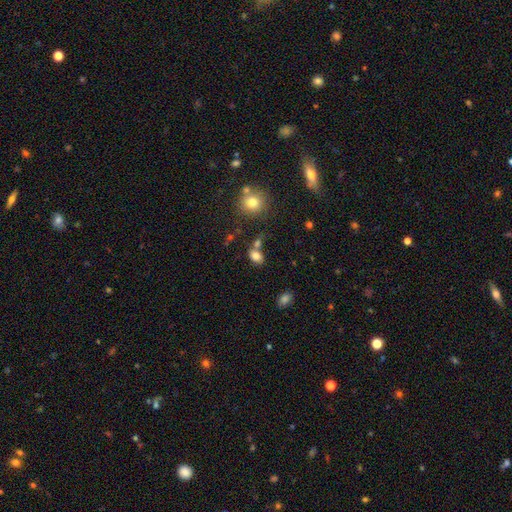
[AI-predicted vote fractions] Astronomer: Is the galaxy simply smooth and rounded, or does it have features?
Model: smooth — 81%.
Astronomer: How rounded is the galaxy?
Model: in between — 77%.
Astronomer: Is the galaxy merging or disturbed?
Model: none — 52% (runner-up: merger, 29%).